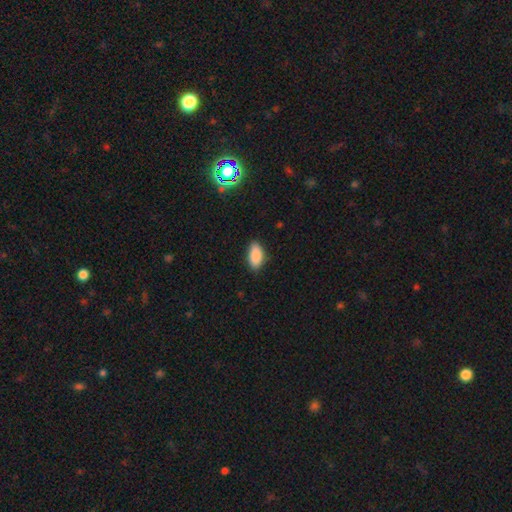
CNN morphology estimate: Smooth or featured: smooth — 89% (star or artifact — 7%)
How rounded: in between — 91% (cigar-shaped — 6%)
Merging: none — 85% (minor disturbance — 12%)